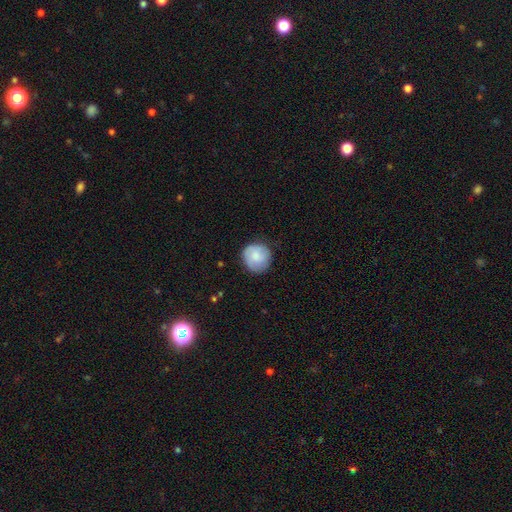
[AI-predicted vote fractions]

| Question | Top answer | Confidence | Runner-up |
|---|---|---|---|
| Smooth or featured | smooth | 79% | featured or disk (15%) |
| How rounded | round | 92% | in between (7%) |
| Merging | none | 80% | minor disturbance (15%) |